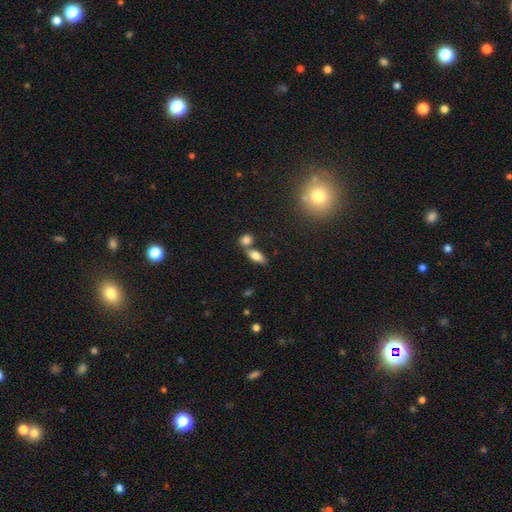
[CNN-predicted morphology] smooth_or_featured: smooth (p=0.76) [alt: featured or disk p=0.15]
how_rounded: in between (p=0.82) [alt: cigar-shaped p=0.13]
merging: none (p=0.57) [alt: merger p=0.29]